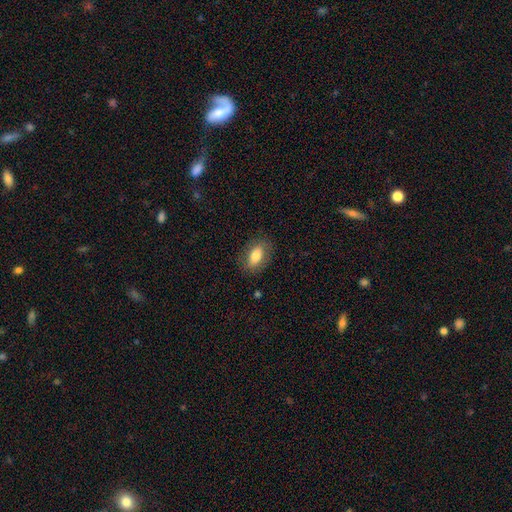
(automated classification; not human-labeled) smooth_or_featured: smooth (p=0.77) [alt: featured or disk p=0.16]
how_rounded: in between (p=0.87) [alt: round p=0.07]
merging: none (p=0.82) [alt: minor disturbance p=0.13]